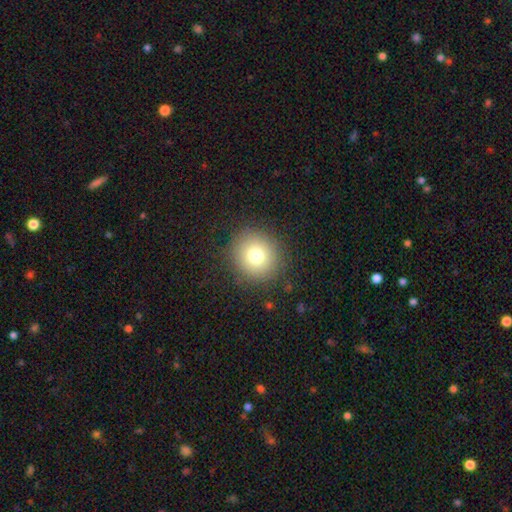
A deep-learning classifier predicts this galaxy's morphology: A smooth galaxy with no disk features (78%) that is round (92%). Merging: none (88%).